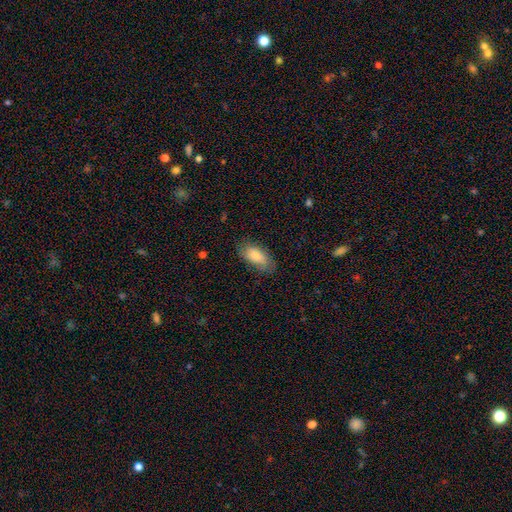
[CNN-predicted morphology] type=smooth (80%); roundness=in between (91%); merging=none (69%).